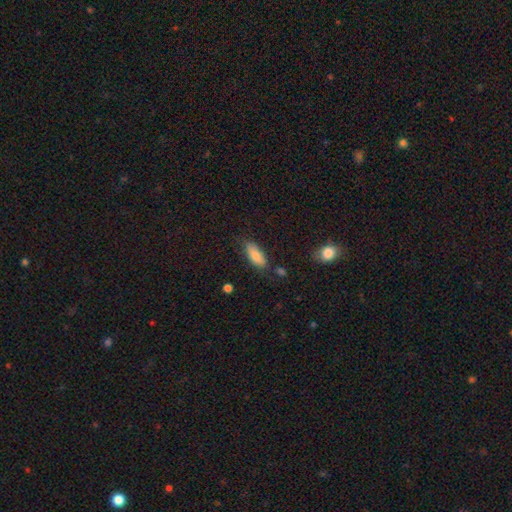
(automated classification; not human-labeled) Smooth or featured: smooth — 83% (featured or disk — 10%)
How rounded: in between — 78% (cigar-shaped — 20%)
Merging: none — 74% (minor disturbance — 18%)